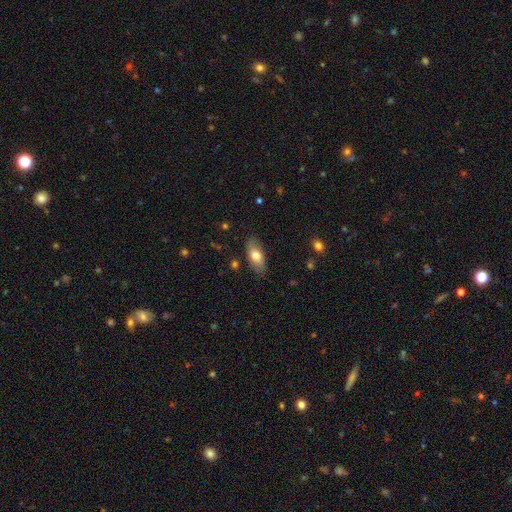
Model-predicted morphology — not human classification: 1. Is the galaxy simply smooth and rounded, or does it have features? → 72% smooth, 22% featured or disk, 7% star or artifact.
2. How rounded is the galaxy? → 85% in between, 12% cigar-shaped, 3% round.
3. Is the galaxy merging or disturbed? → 84% none, 12% minor disturbance, 3% major disturbance, 1% merger.